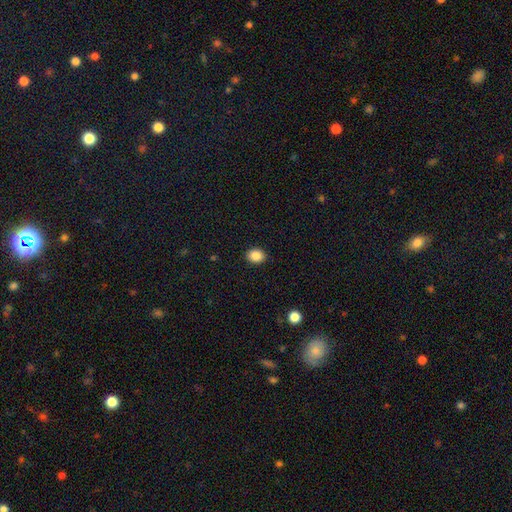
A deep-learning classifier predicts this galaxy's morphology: smooth 87%, star or artifact 9%, featured or disk 4%. Down the decision tree: how rounded — round (50%); merging — none (90%).